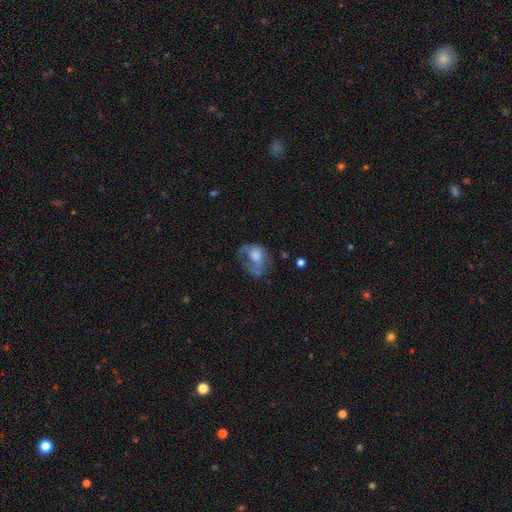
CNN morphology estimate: A smooth galaxy with no disk features (46%). Merging: major disturbance (42%).